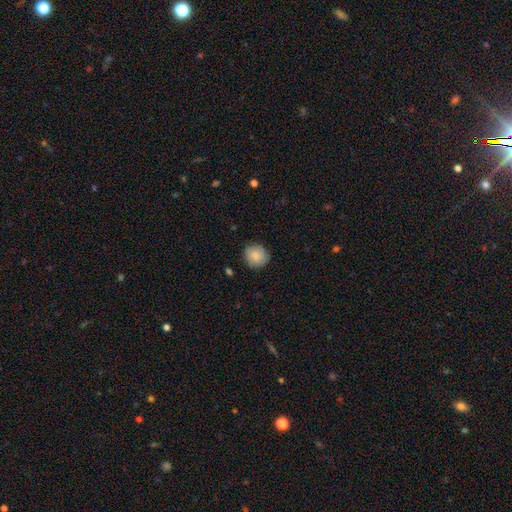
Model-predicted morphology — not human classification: This appears to be a smooth galaxy with no disk features (85%) that is round (87%). Merging: none (86%).